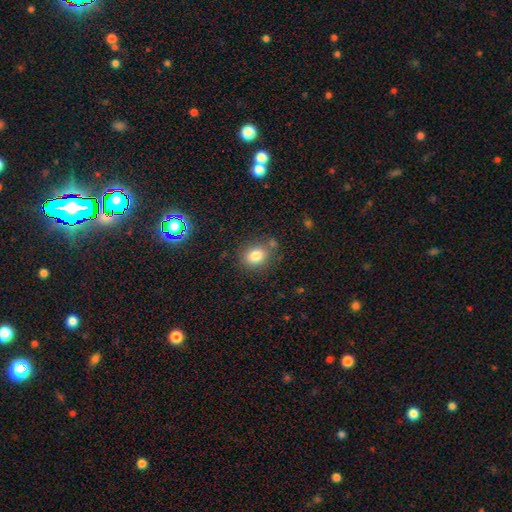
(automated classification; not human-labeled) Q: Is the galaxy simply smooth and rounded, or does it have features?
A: smooth — 81%.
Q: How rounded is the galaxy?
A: round — 64%.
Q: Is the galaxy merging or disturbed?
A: none — 77%.